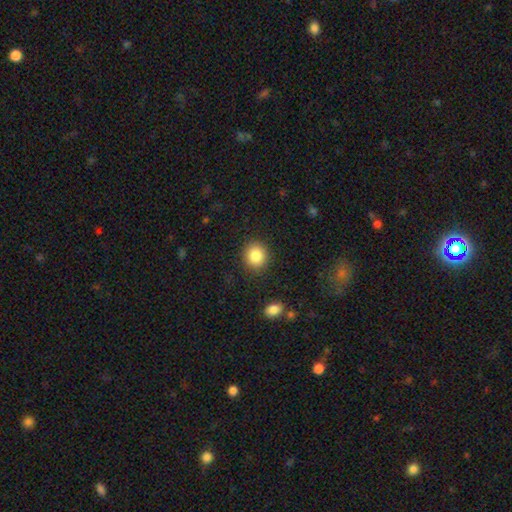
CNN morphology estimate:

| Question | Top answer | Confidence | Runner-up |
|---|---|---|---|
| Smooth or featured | smooth | 85% | star or artifact (9%) |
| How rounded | round | 80% | in between (19%) |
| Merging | none | 88% | minor disturbance (8%) |